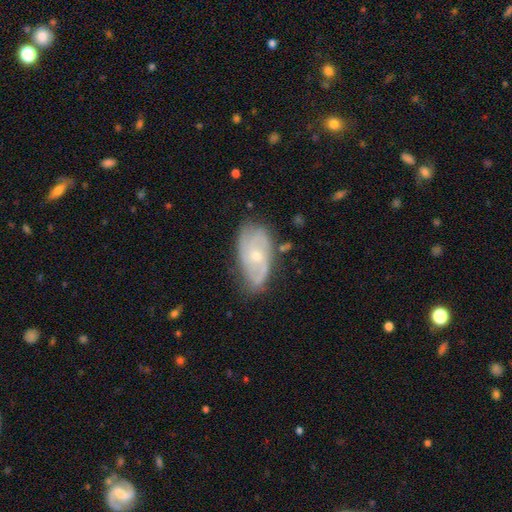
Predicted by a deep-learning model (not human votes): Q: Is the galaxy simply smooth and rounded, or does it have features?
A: featured or disk — 73%.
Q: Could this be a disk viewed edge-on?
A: no — 95%.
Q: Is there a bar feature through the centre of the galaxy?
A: no — 69%.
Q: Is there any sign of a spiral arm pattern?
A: yes — 89%.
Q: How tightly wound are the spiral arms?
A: tight — 42%.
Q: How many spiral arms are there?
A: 2 — 43%.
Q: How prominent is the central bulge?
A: small — 57%.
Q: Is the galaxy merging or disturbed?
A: none — 67%.